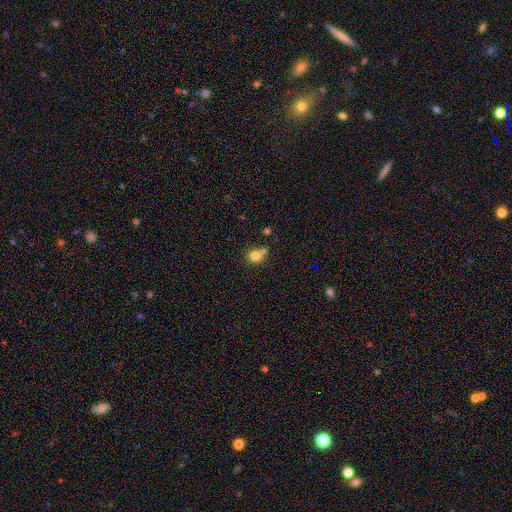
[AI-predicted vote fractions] Smooth or featured?
  - smooth: 80% *
  - star or artifact: 12%
  - featured or disk: 8%
How rounded?
  - round: 75% *
  - in between: 24%
  - cigar-shaped: 1%
Merging?
  - none: 52% *
  - merger: 33%
  - minor disturbance: 11%
  - major disturbance: 4%